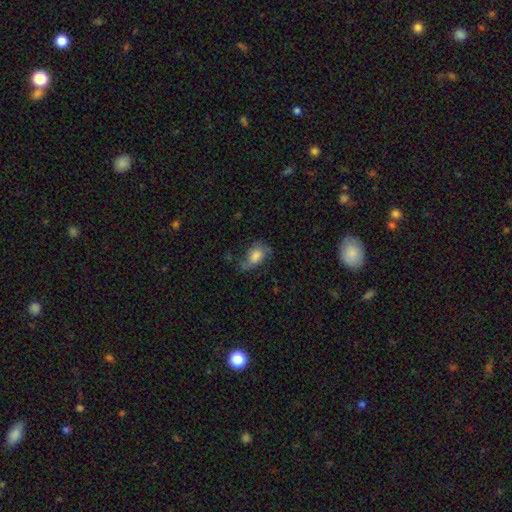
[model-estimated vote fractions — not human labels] This appears to be a smooth galaxy with no disk features (69%) that is in between round and cigar-shaped (87%). Merging: none (41%).